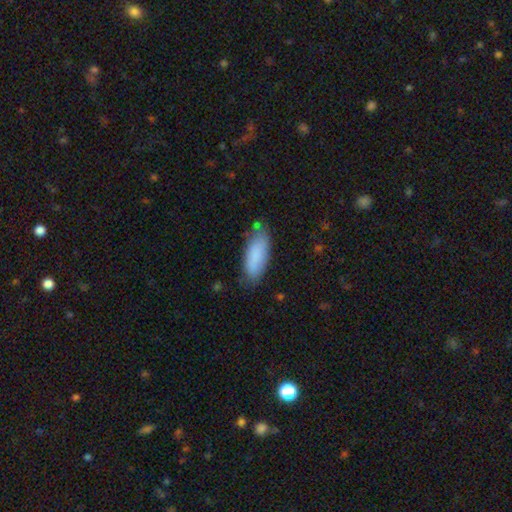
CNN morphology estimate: Smooth or featured? smooth (86%)
How rounded? in between (72%)
Merging? none (73%)